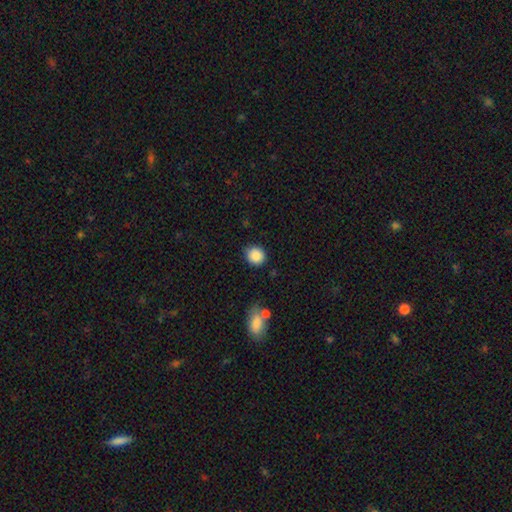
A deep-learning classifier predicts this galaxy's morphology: smooth_or_featured: smooth (p=0.88) [alt: star or artifact p=0.09]
how_rounded: round (p=0.83) [alt: in between p=0.16]
merging: none (p=0.84) [alt: minor disturbance p=0.11]